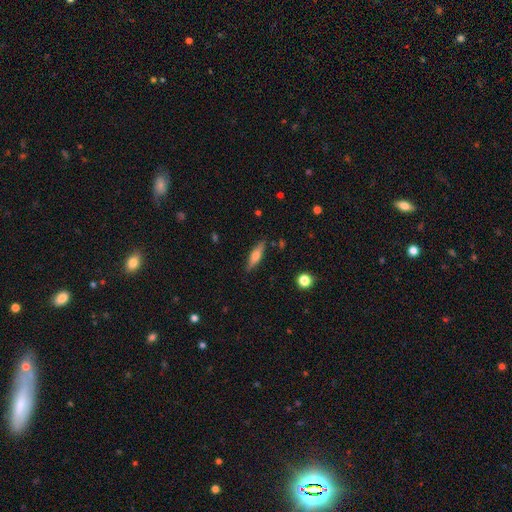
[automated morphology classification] smooth_or_featured: smooth (p=0.49) [alt: featured or disk p=0.44]
merging: none (p=0.87) [alt: minor disturbance p=0.10]